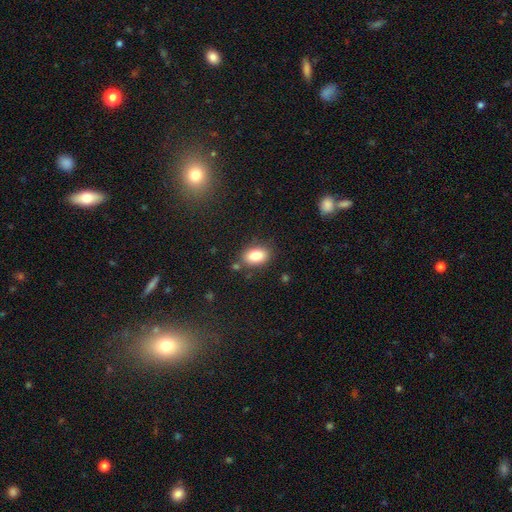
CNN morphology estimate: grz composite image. It shows a smooth galaxy with no disk features (83%) that is in between round and cigar-shaped (87%). Merging: none (80%).